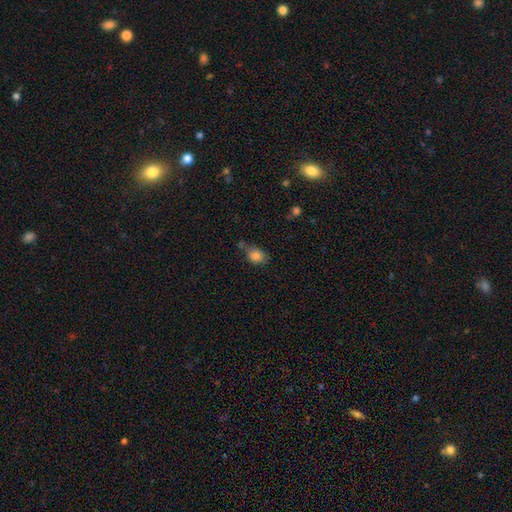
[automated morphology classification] Smooth or featured? smooth (83%)
How rounded? in between (65%)
Merging? none (53%)